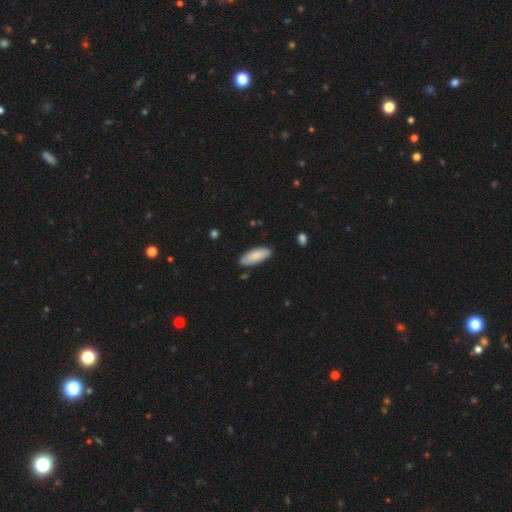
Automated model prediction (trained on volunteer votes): Smooth or featured?
  - smooth: 84% *
  - featured or disk: 11%
  - star or artifact: 5%
How rounded?
  - in between: 76% *
  - cigar-shaped: 23%
  - round: 1%
Merging?
  - none: 83% *
  - minor disturbance: 13%
  - major disturbance: 2%
  - merger: 1%